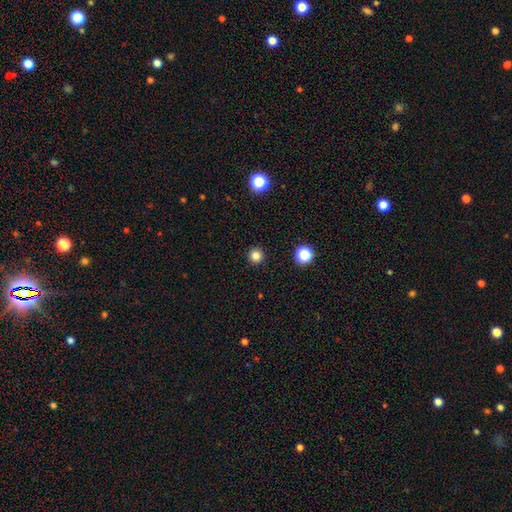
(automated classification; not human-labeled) smooth-or-featured: smooth: 82% | star or artifact: 14% | featured or disk: 4%
  how-rounded: round: 96% | in between: 3% | cigar-shaped: 1%
  merging: none: 93% | minor disturbance: 4% | major disturbance: 2% | merger: 1%